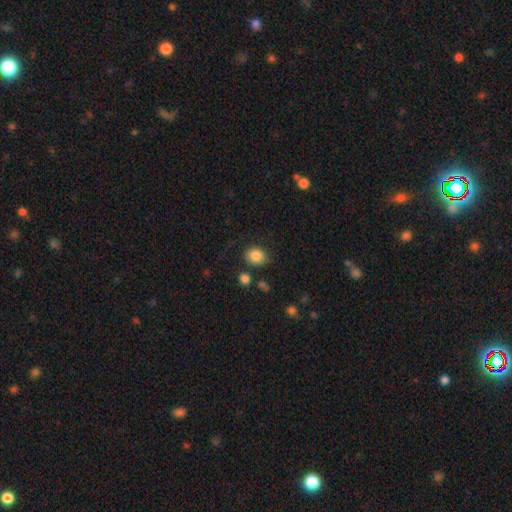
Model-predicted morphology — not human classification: A smooth galaxy with no disk features (84%) that is round (65%). Merging: none (79%).